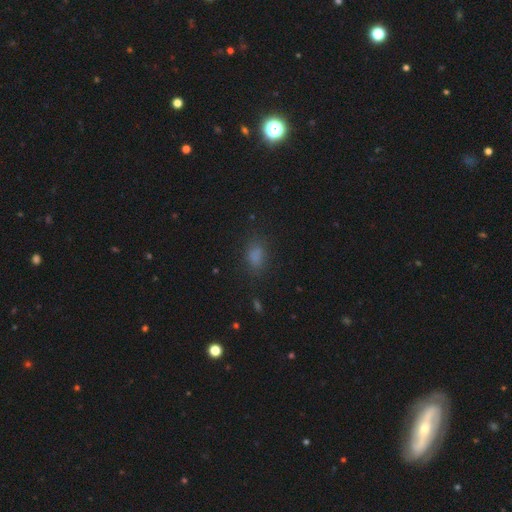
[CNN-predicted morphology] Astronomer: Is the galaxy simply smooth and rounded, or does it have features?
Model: smooth — 79%.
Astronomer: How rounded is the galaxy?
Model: in between — 79%.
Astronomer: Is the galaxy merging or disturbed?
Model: none — 77%.